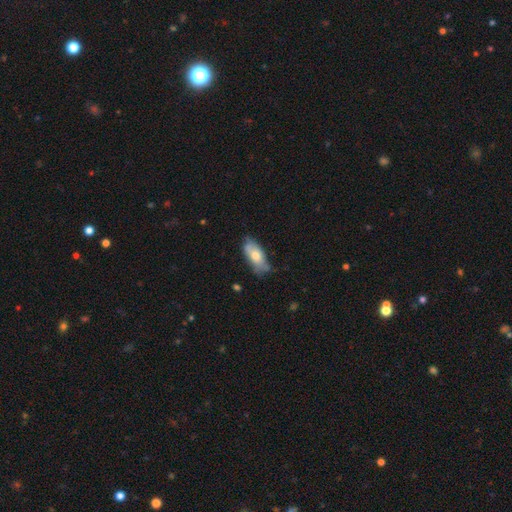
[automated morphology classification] The model was most divided on "merging": none: 59%, minor disturbance: 31%, major disturbance: 7%, merger: 3%. More confident: how rounded — in between (84%); smooth or featured — smooth (61%).